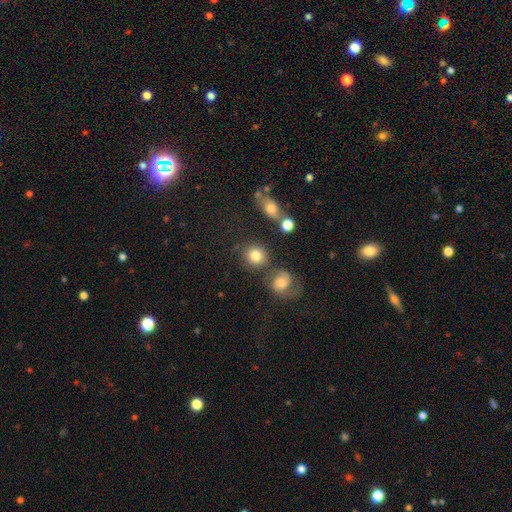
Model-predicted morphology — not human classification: Q: Smooth or featured?
A: smooth (79%); runner-up: featured or disk (12%)
Q: How rounded?
A: round (86%); runner-up: in between (13%)
Q: Merging?
A: none (68%); runner-up: merger (15%)